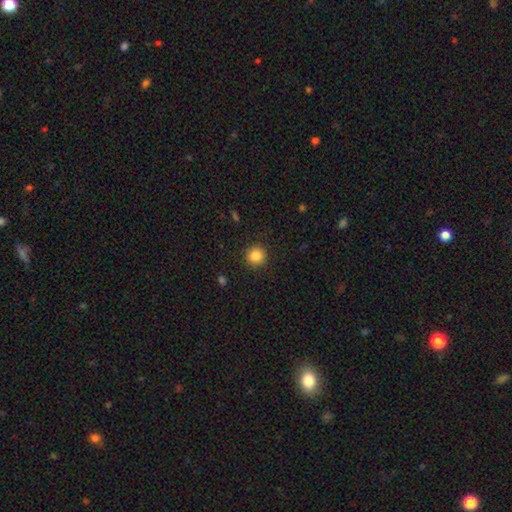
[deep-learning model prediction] smooth 86%, star or artifact 10%, featured or disk 4%. Down the decision tree: how rounded — round (93%); merging — none (91%).